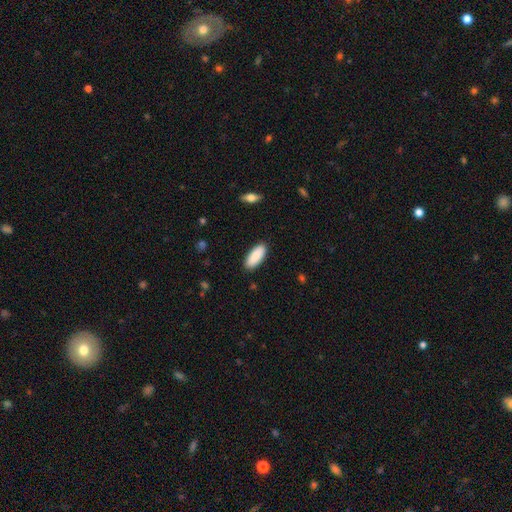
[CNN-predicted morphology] smooth-or-featured: smooth: 89% | star or artifact: 6% | featured or disk: 5%
  how-rounded: in between: 79% | cigar-shaped: 20% | round: 1%
  merging: none: 89% | minor disturbance: 8% | major disturbance: 2% | merger: 1%